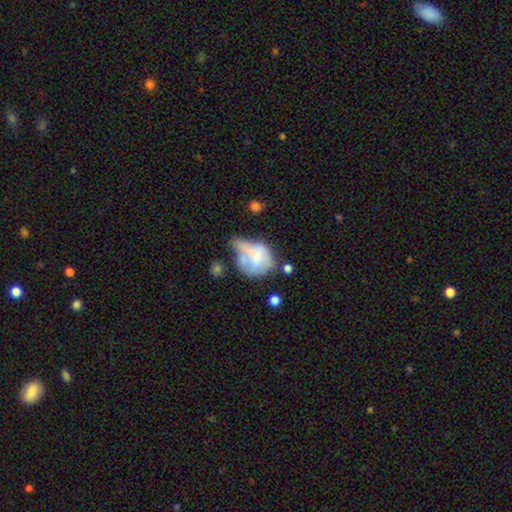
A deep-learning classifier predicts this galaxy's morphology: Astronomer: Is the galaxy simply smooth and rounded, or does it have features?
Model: smooth — 52% (runner-up: featured or disk, 38%).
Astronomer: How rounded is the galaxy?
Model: round — 50% (runner-up: in between, 48%).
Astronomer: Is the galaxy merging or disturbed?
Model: major disturbance — 31% (runner-up: minor disturbance, 27%).